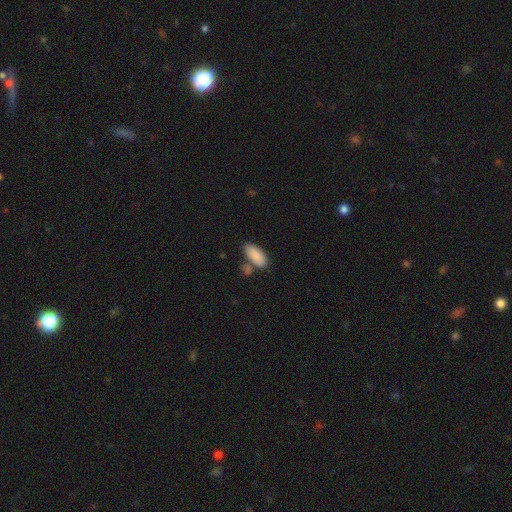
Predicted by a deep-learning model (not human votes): The model was most divided on "merging": none: 64%, merger: 18%, minor disturbance: 15%, major disturbance: 4%. More confident: how rounded — in between (89%); smooth or featured — smooth (88%).